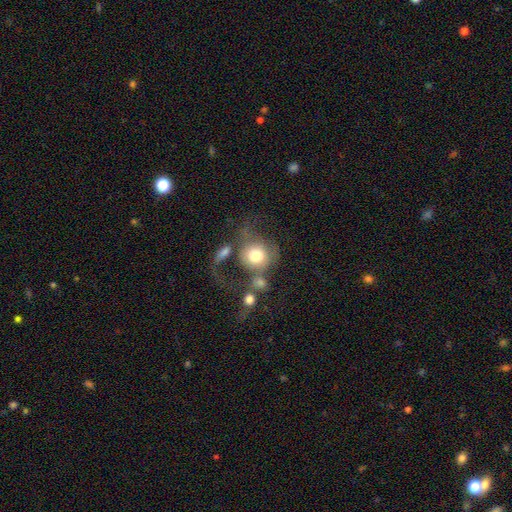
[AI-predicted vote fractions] Smooth or featured: smooth — 67% (featured or disk — 24%)
How rounded: round — 81% (in between — 17%)
Merging: major disturbance — 33% (merger — 30%)